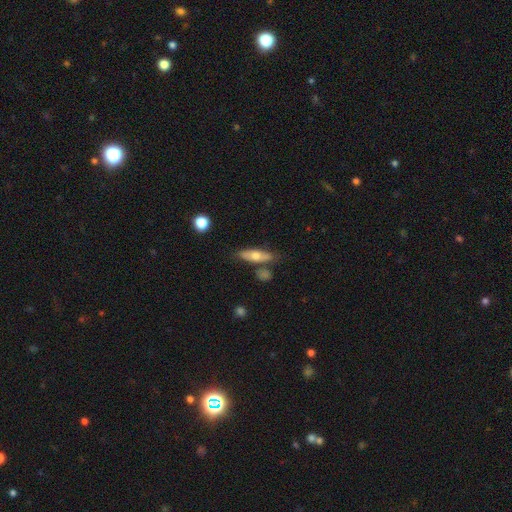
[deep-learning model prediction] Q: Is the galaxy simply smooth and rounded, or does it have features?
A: smooth — 56%.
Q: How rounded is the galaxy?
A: cigar-shaped — 52%.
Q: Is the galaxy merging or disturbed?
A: none — 70%.